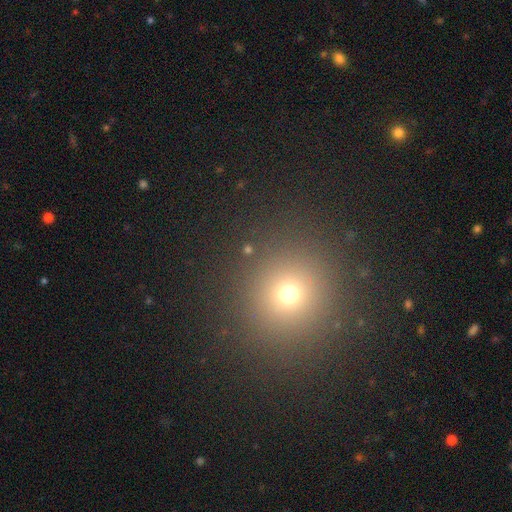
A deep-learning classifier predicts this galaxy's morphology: This is likely a smooth galaxy (63%). How rounded: clearly round (93%). Merging: clearly none (92%).